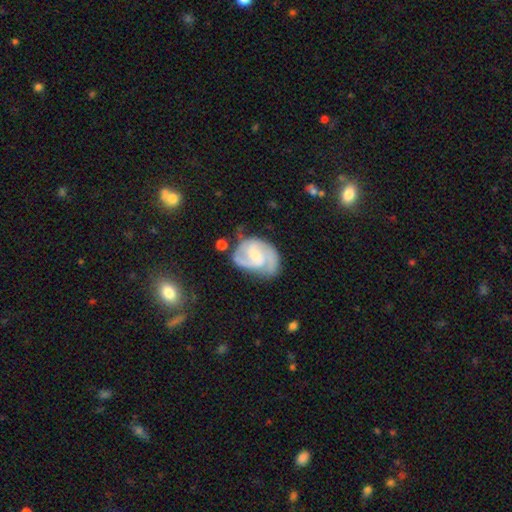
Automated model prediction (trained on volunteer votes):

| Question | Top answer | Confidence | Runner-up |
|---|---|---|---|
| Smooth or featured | featured or disk | 86% | smooth (9%) |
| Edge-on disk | no | 98% | yes (2%) |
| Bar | no | 50% | weak (41%) |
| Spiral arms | yes | 97% | no (3%) |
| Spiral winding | medium | 49% | tight (40%) |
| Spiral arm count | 2 | 72% | 3 (13%) |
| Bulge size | small | 58% | moderate (33%) |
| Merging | none | 62% | minor disturbance (24%) |